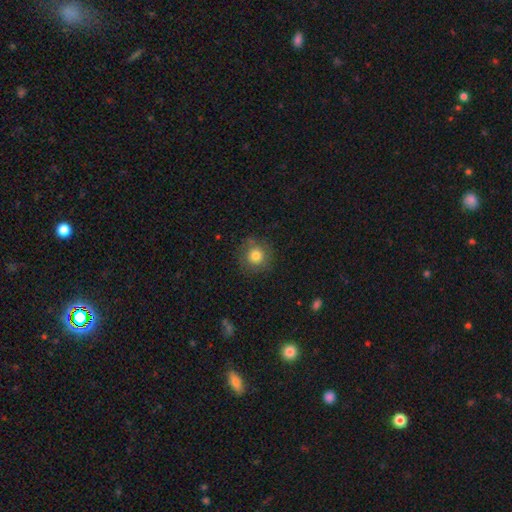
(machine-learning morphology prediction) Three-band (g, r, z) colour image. It shows a smooth galaxy with no disk features (78%) that is round (93%). Merging: none (82%).